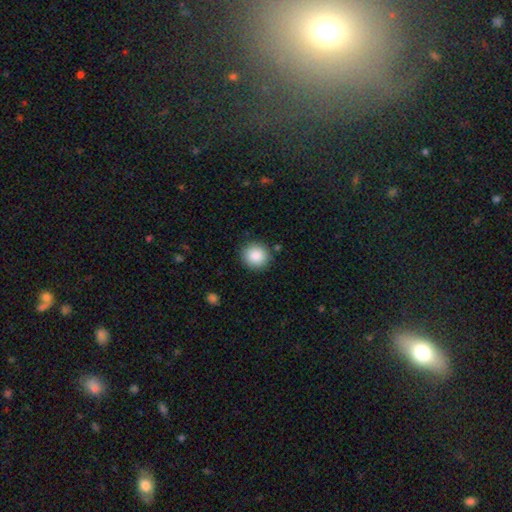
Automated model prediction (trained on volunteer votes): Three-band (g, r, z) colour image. It shows a smooth galaxy with no disk features (87%) that is round (90%). Merging: none (88%).